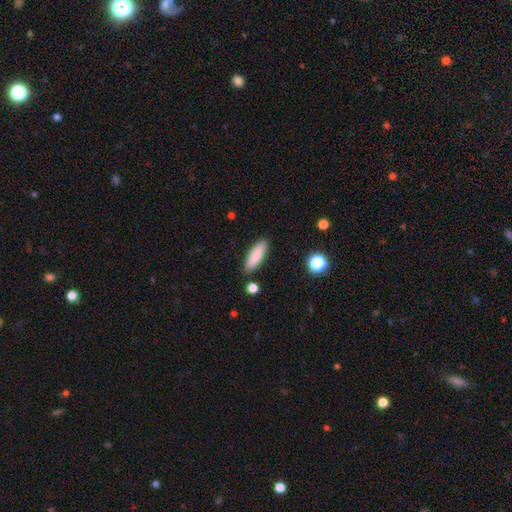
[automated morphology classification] Overall: smooth (87%). How rounded: in between (50%; cigar-shaped 49%). Merging: none (86%).